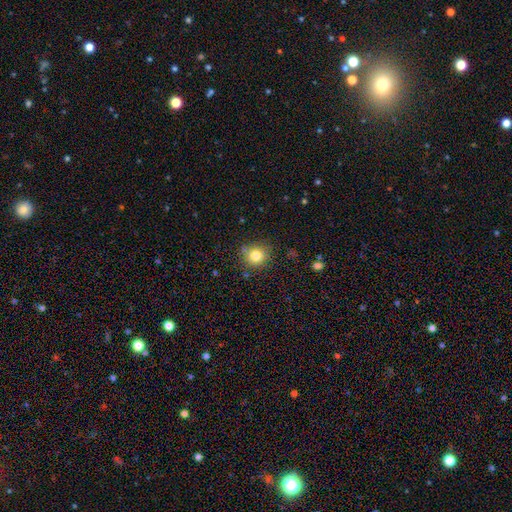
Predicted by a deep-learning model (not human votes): smooth_or_featured: smooth (p=0.81) [alt: star or artifact p=0.12]
how_rounded: round (p=0.89) [alt: in between p=0.10]
merging: none (p=0.84) [alt: minor disturbance p=0.10]